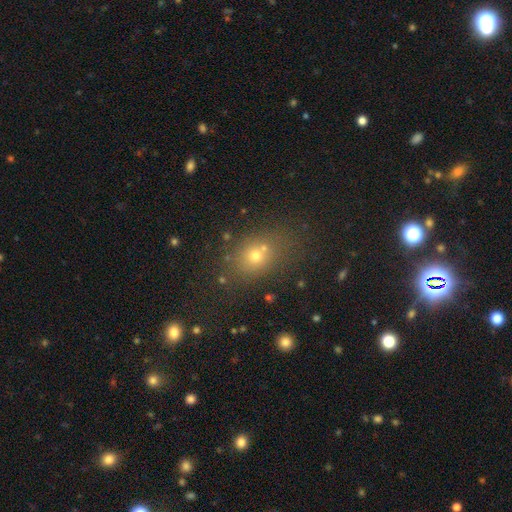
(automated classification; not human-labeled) Overall: smooth (65%). How rounded: round (56%; in between 43%). Merging: none (62%).